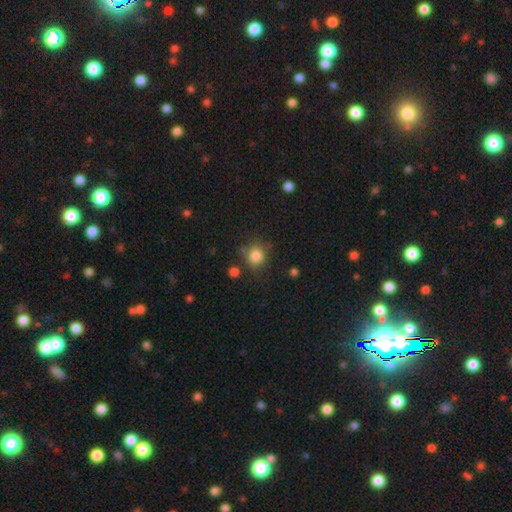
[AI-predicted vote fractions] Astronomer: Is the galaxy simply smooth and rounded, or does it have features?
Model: smooth — 82%.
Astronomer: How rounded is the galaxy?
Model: round — 82%.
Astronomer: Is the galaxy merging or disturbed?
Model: none — 74%.